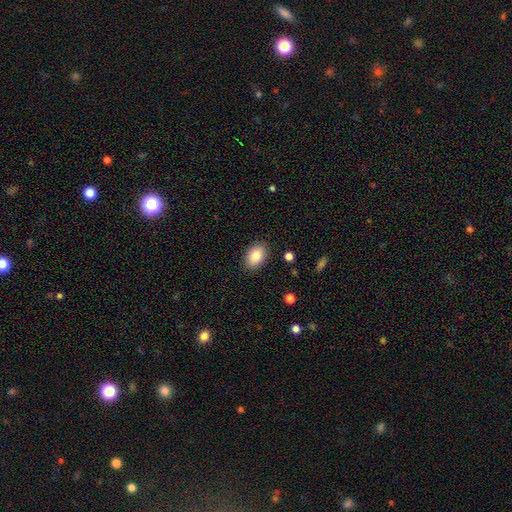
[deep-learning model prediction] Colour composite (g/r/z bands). It shows a smooth galaxy with no disk features (86%) that is in between round and cigar-shaped (84%). Merging: none (87%).